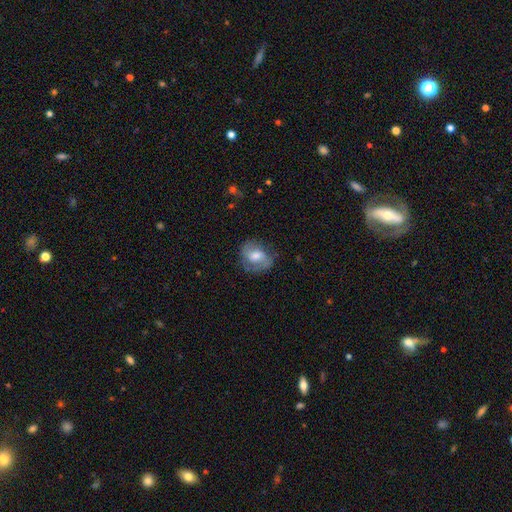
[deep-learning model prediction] This appears to be a smooth galaxy with no disk features (47%). Merging: none (64%).